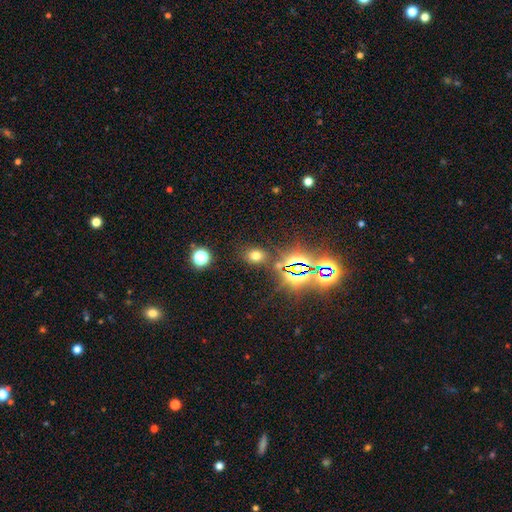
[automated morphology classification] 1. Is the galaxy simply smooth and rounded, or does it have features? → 63% smooth, 29% star or artifact, 8% featured or disk.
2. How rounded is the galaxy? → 51% in between, 48% round, 1% cigar-shaped.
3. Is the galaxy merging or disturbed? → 81% none, 10% minor disturbance, 5% merger, 4% major disturbance.